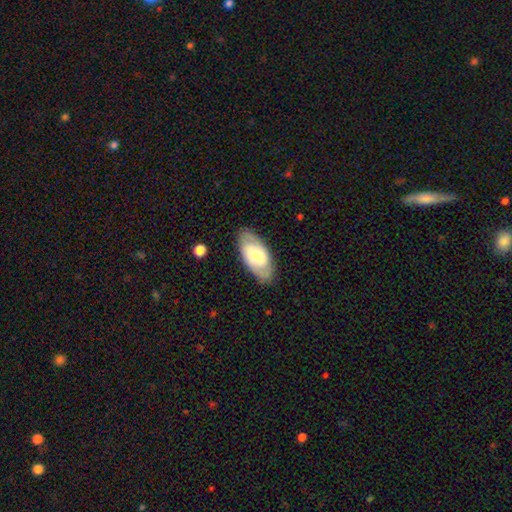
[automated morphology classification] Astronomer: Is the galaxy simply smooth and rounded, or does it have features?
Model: smooth — 51% (runner-up: featured or disk, 43%).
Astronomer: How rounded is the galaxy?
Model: in between — 92%.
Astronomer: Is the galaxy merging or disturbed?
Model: none — 81%.